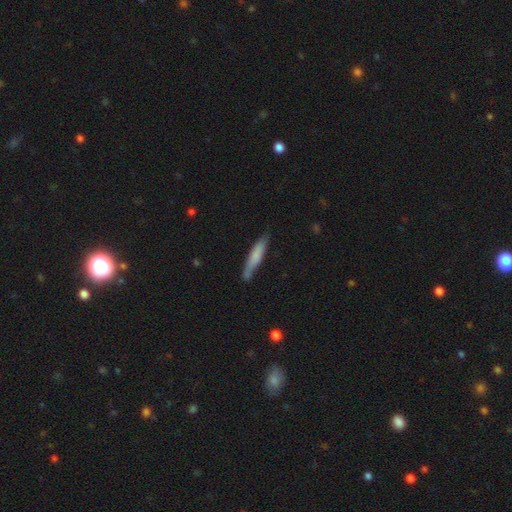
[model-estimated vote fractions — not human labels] smooth 70%, featured or disk 25%, star or artifact 6%. Down the decision tree: how rounded — cigar-shaped (89%); merging — none (73%).